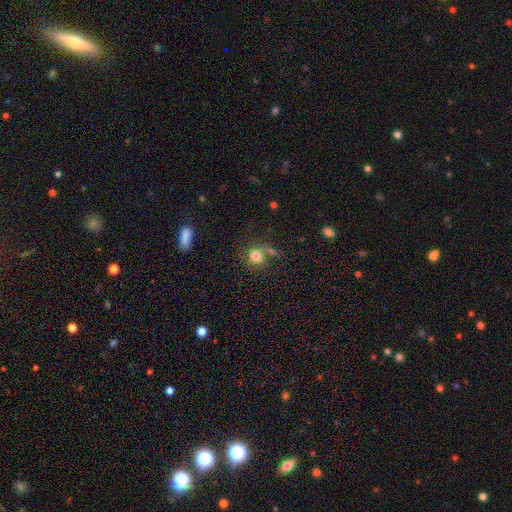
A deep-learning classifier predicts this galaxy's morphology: A smooth galaxy with no disk features (74%) that is round (84%). Merging: none (61%).